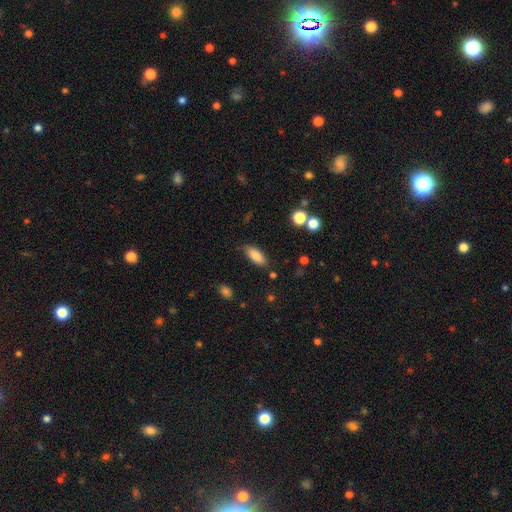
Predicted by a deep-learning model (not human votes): This appears to be a smooth galaxy with no disk features (84%) that is in between round and cigar-shaped (78%). Merging: none (82%).